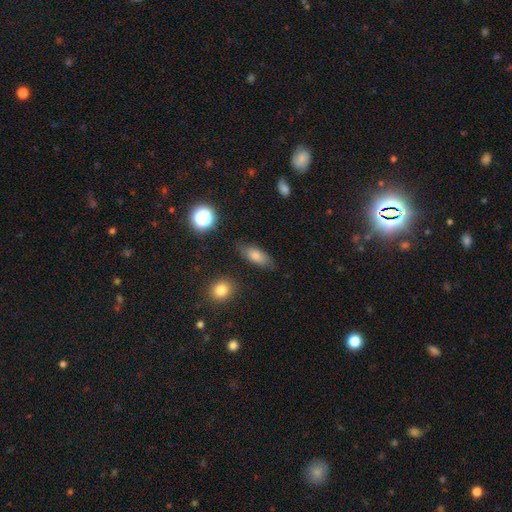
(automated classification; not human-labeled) smooth-or-featured: smooth: 78% | featured or disk: 12% | star or artifact: 10%
  how-rounded: in between: 78% | cigar-shaped: 17% | round: 5%
  merging: none: 81% | minor disturbance: 14% | major disturbance: 3% | merger: 2%